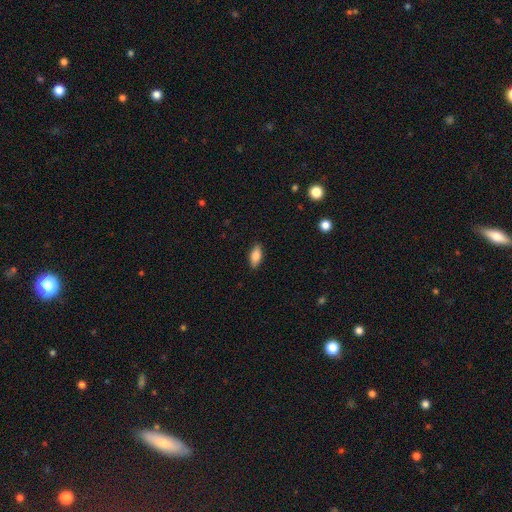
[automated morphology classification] Smooth or featured? smooth (82%)
How rounded? in between (85%)
Merging? none (86%)